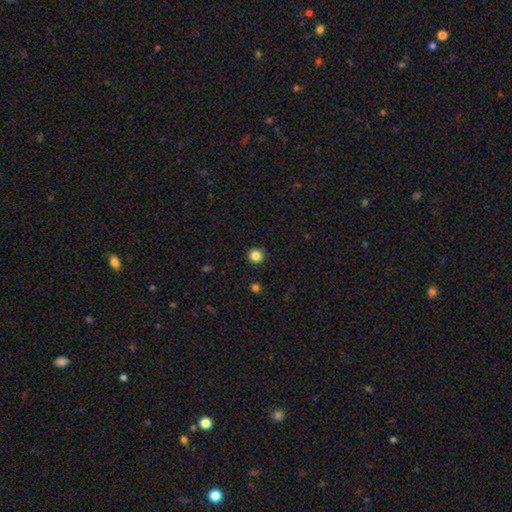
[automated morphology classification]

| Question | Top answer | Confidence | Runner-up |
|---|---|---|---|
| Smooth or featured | smooth | 84% | star or artifact (11%) |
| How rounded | round | 93% | in between (6%) |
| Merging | none | 92% | minor disturbance (5%) |